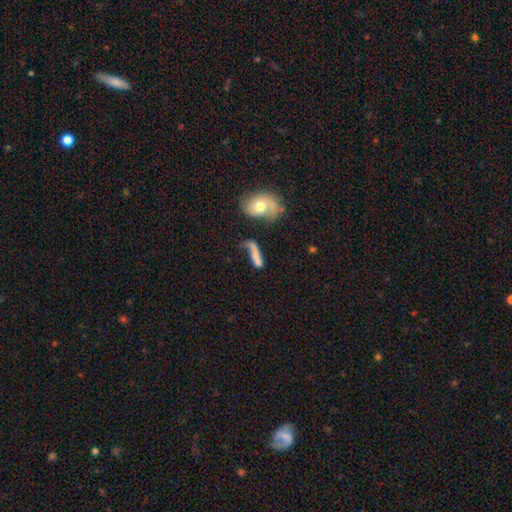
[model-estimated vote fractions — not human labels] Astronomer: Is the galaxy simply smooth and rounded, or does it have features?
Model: smooth — 57% (runner-up: featured or disk, 33%).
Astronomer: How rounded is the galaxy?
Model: cigar-shaped — 52% (runner-up: in between, 42%).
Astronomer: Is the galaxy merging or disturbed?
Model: major disturbance — 27%, tied with none and merger at 27%.